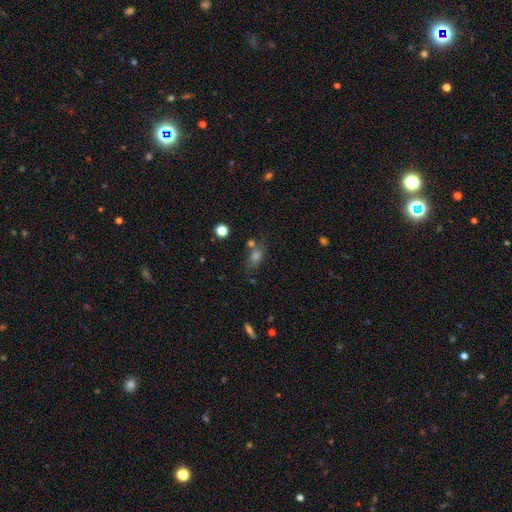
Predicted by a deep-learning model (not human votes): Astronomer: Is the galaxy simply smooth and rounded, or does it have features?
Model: smooth — 60%.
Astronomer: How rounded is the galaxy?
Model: in between — 63%.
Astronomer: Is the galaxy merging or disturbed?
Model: none — 64%.